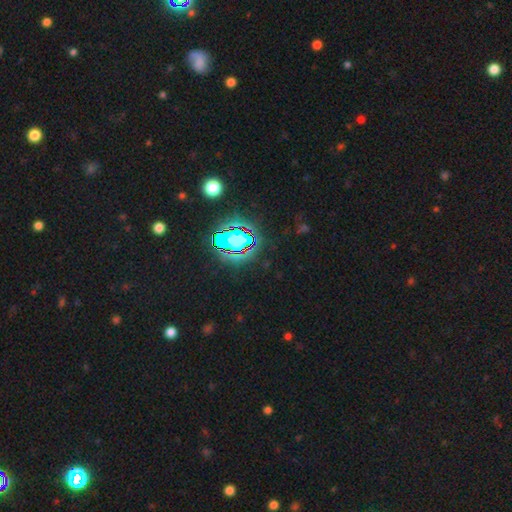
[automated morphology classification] The model was most divided on "smooth or featured": star or artifact: 82%, smooth: 11%, featured or disk: 7%.